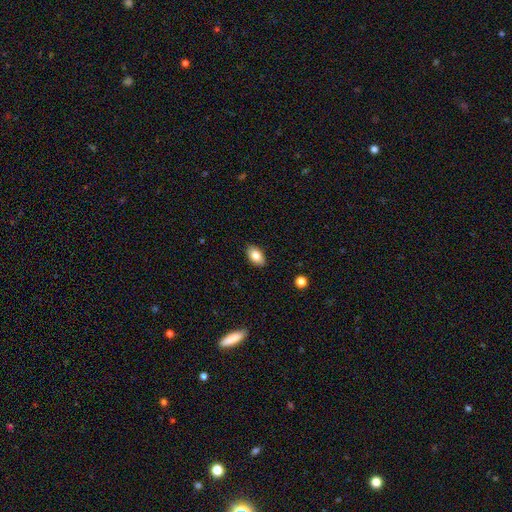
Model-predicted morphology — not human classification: A smooth galaxy with no disk features (82%) that is in between round and cigar-shaped (91%). Merging: none (88%).